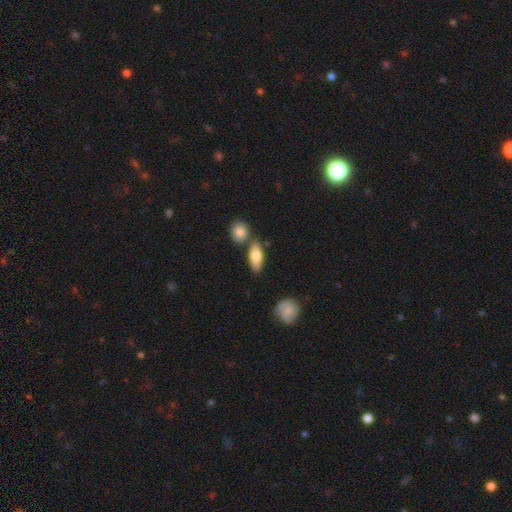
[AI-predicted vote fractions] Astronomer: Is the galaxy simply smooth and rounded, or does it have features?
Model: smooth — 74%.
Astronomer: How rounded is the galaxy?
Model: in between — 75%.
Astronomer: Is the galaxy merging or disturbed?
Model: none — 68%.